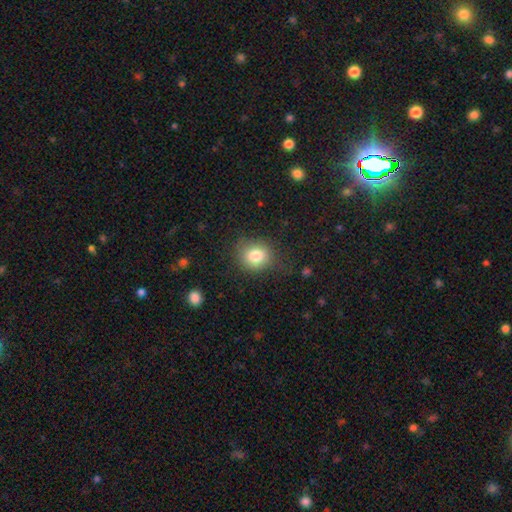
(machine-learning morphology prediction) This is clearly a smooth galaxy (81%). How rounded: likely round (75%). Merging: likely none (71%).